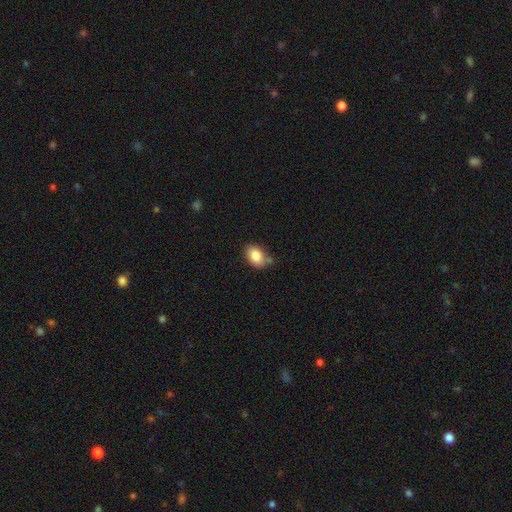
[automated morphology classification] This appears to be a smooth galaxy with no disk features (85%) that is in between round and cigar-shaped (86%). Merging: none (65%).